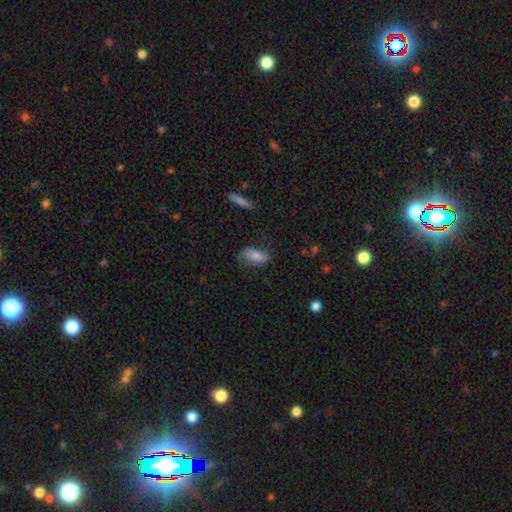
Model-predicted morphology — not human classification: This is likely a smooth galaxy (66%). How rounded: clearly in between (84%). Merging: likely none (67%).